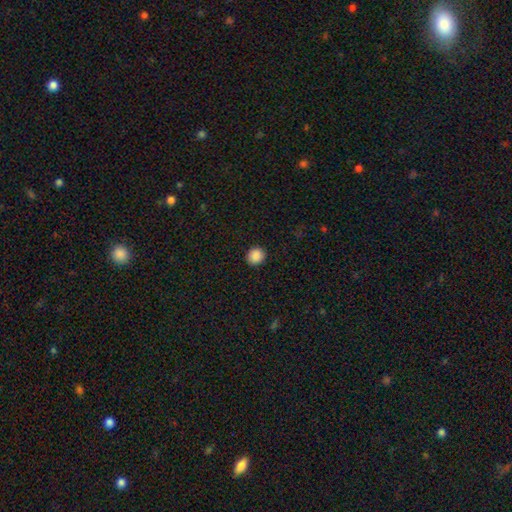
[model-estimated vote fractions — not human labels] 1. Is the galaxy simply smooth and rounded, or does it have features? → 89% smooth, 9% star or artifact, 2% featured or disk.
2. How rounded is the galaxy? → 84% round, 15% in between, 1% cigar-shaped.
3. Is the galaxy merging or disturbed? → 92% none, 6% minor disturbance, 2% major disturbance, 1% merger.